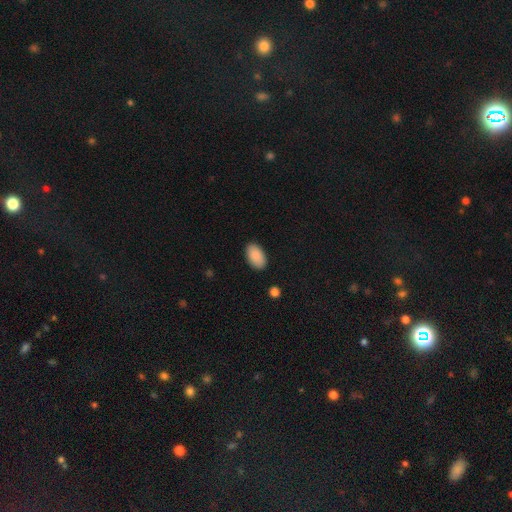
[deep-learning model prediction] The model was most divided on "merging": none: 87%, minor disturbance: 9%, major disturbance: 2%, merger: 1%. More confident: how rounded — in between (94%); smooth or featured — smooth (88%).